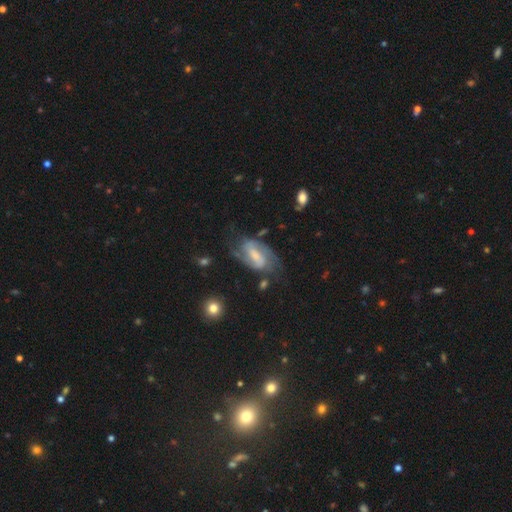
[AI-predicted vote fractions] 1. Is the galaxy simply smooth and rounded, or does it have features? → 79% featured or disk, 15% smooth, 6% star or artifact.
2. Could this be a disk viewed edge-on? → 96% no, 4% yes.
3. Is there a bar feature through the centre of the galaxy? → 44% weak, 38% strong, 18% no.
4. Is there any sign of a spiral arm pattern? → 93% yes, 7% no.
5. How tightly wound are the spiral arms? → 50% medium, 28% tight, 22% loose.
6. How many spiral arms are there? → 83% 2, 9% can't tell, 3% 3, 3% 1, 1% 4, 1% more than 4.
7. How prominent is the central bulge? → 38% moderate, 34% small, 14% none, 12% large, 2% dominant.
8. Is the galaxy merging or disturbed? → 62% none, 20% minor disturbance, 14% major disturbance, 4% merger.